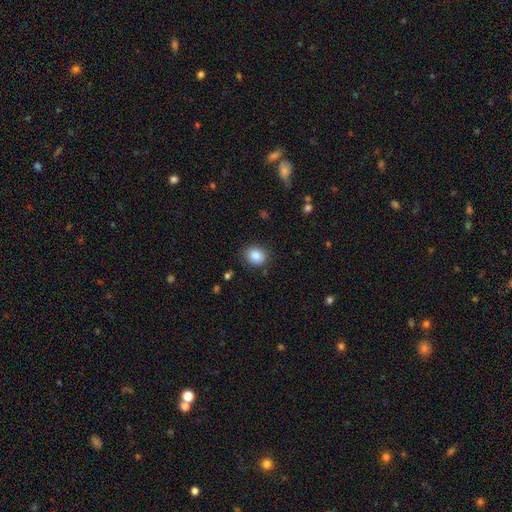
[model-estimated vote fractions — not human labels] Overall: smooth (86%). How rounded: round (66%; in between 33%). Merging: none (86%).